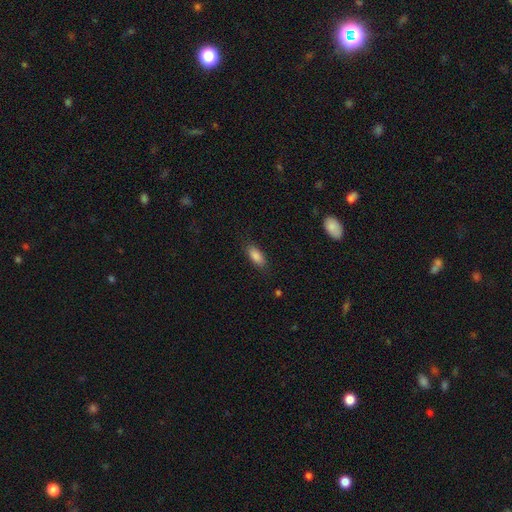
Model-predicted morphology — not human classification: type=smooth (87%); roundness=in between (85%); merging=none (84%).